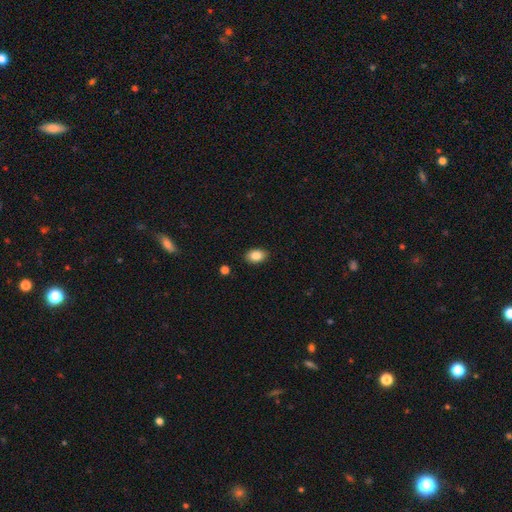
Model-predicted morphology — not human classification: Overall: smooth (86%). How rounded: in between (87%). Merging: none (88%).